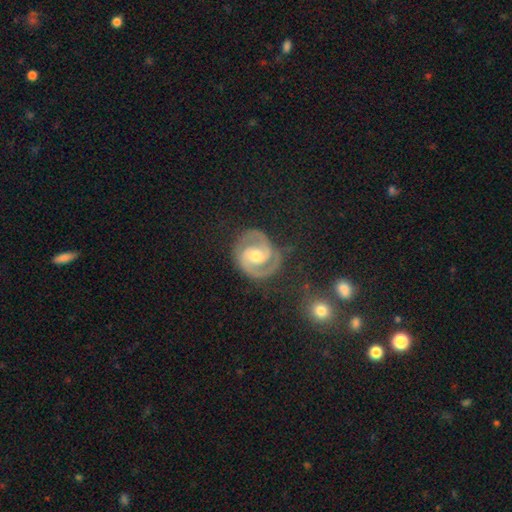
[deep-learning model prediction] Smooth or featured? featured or disk (90%)
Edge-on disk? no (98%)
Bar? no (47%)
Spiral arms? yes (98%)
Spiral winding? tight (53%)
Spiral arm count? 2 (93%)
Bulge size? moderate (68%)
Merging? none (80%)